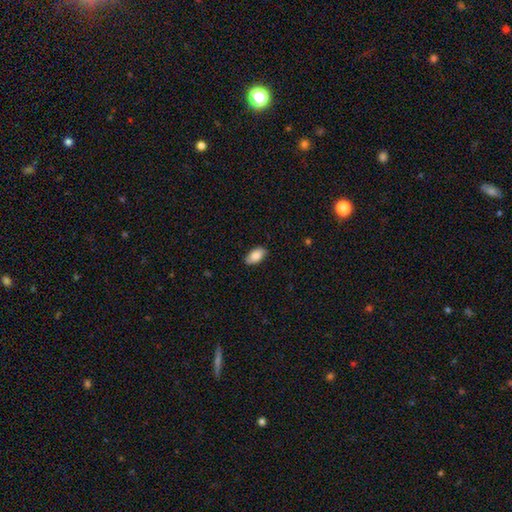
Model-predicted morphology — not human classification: This appears to be a smooth galaxy with no disk features (84%) that is in between round and cigar-shaped (94%). Merging: none (84%).